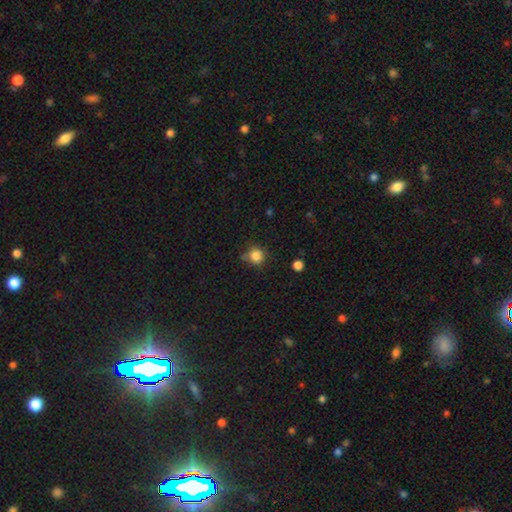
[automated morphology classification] This appears to be a smooth galaxy with no disk features (83%) that is round (87%). Merging: none (71%).